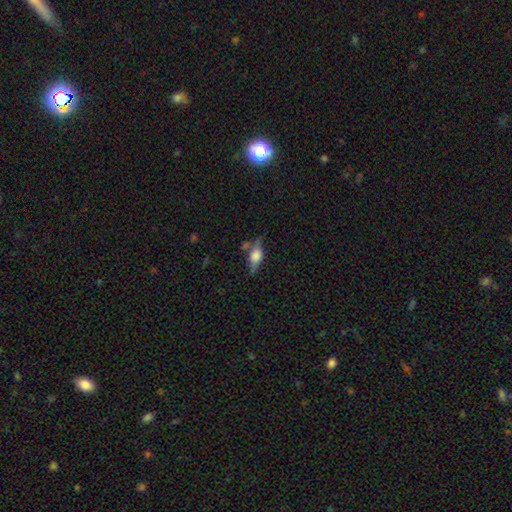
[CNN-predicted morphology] type=featured or disk (48%); merging=none (62%).